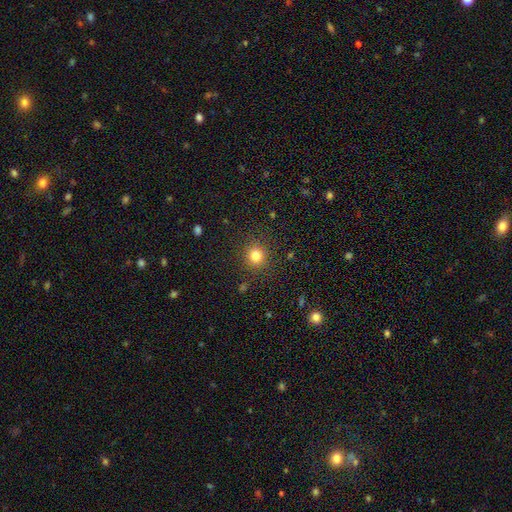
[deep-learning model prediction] Q: Smooth or featured?
A: smooth (80%); runner-up: star or artifact (14%)
Q: How rounded?
A: round (90%); runner-up: in between (9%)
Q: Merging?
A: none (88%); runner-up: minor disturbance (8%)